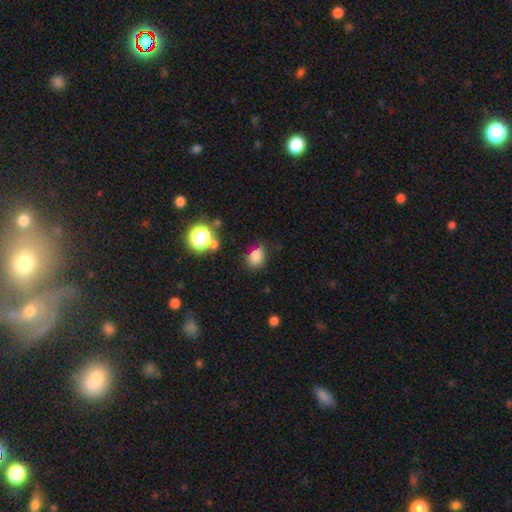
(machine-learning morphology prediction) smooth 80%, star or artifact 14%, featured or disk 6%. Down the decision tree: how rounded — in between (54%); merging — none (69%).